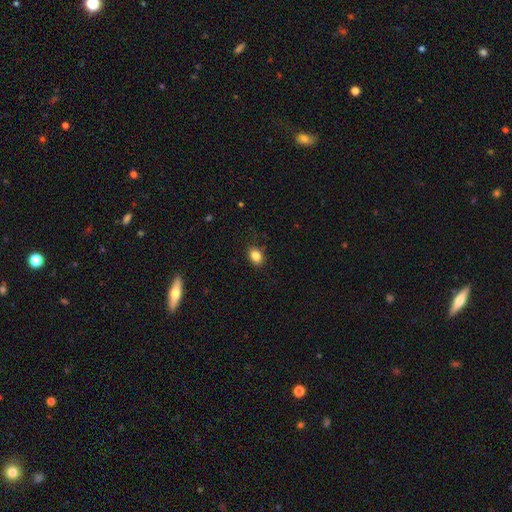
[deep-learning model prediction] Overall: smooth (84%). How rounded: in between (71%). Merging: none (86%).